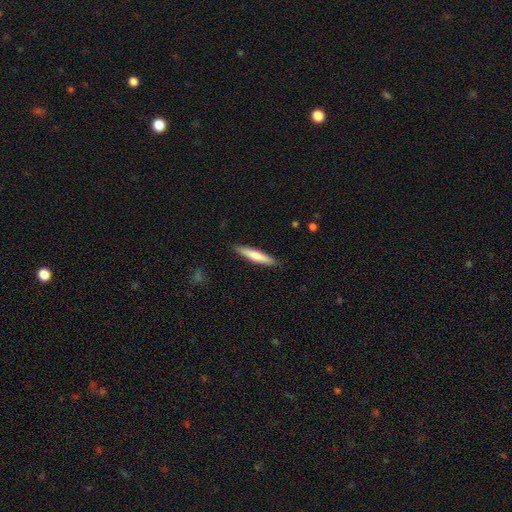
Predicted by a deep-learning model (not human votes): smooth-or-featured: smooth: 73% | featured or disk: 22% | star or artifact: 5%
  how-rounded: cigar-shaped: 89% | in between: 10% | round: 1%
  merging: none: 89% | minor disturbance: 9% | major disturbance: 2% | merger: 1%